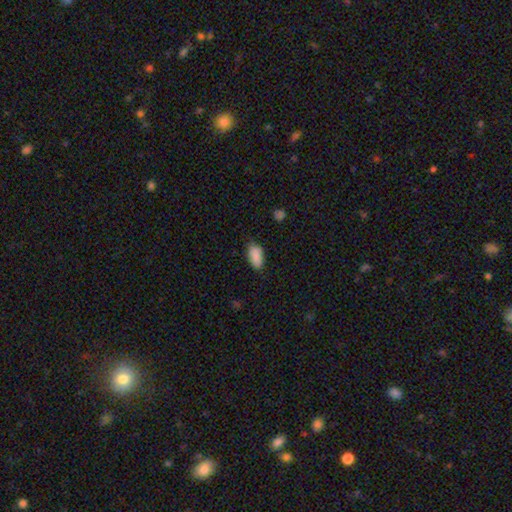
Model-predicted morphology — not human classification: Smooth or featured?
  - smooth: 89% *
  - star or artifact: 7%
  - featured or disk: 4%
How rounded?
  - in between: 93% *
  - cigar-shaped: 4%
  - round: 3%
Merging?
  - none: 76% *
  - minor disturbance: 19%
  - major disturbance: 4%
  - merger: 1%